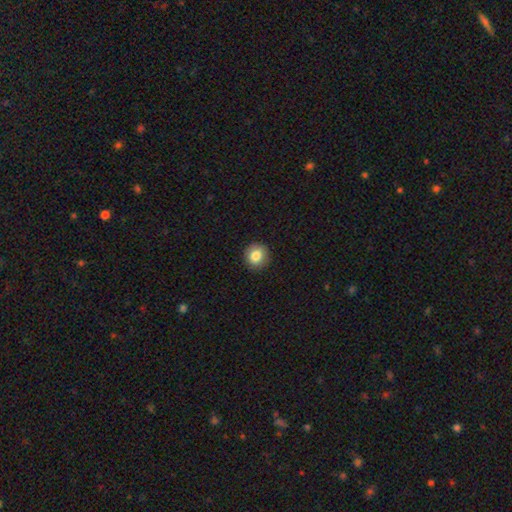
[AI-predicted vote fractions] Overall: smooth (84%). How rounded: round (90%). Merging: none (91%).